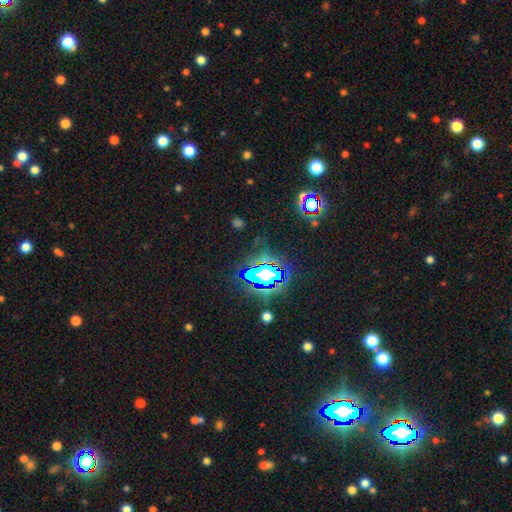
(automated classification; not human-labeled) This is clearly a star or artifact rather than a galaxy (83%).